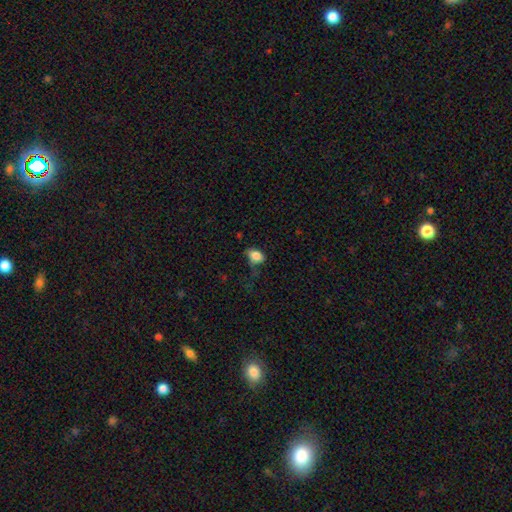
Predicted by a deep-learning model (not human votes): Smooth or featured: smooth — 84% (star or artifact — 9%)
How rounded: in between — 76% (round — 22%)
Merging: none — 48% (minor disturbance — 32%)